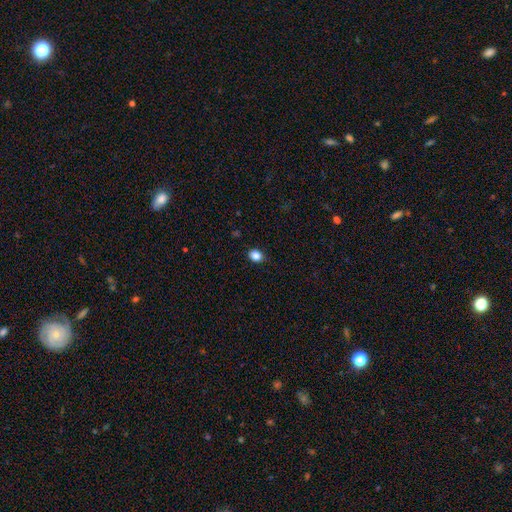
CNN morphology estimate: Smooth or featured: smooth — 85% (star or artifact — 11%)
How rounded: round — 59% (in between — 40%)
Merging: none — 88% (minor disturbance — 9%)